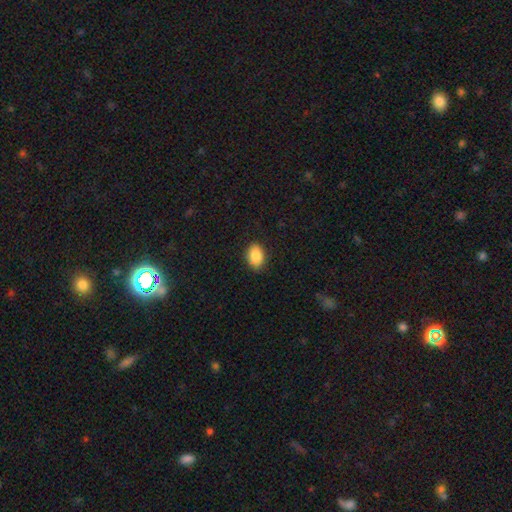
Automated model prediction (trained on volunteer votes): smooth-or-featured: smooth: 86% | star or artifact: 8% | featured or disk: 6%
  how-rounded: in between: 79% | round: 19% | cigar-shaped: 1%
  merging: none: 84% | minor disturbance: 13% | major disturbance: 2% | merger: 1%